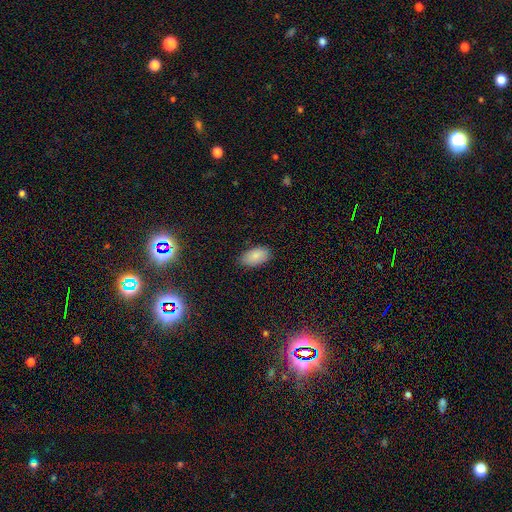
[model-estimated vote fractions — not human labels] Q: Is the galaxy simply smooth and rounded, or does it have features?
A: smooth — 87%.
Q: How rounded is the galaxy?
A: in between — 95%.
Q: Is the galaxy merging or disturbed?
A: none — 84%.